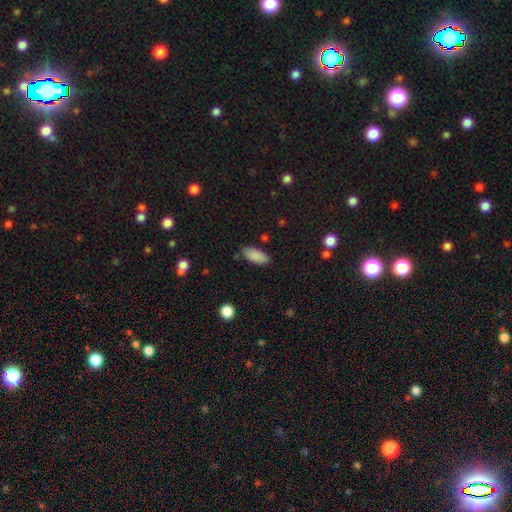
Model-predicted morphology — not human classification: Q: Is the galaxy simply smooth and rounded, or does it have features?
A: smooth — 88%.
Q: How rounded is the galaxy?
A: in between — 87%.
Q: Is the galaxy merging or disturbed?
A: none — 82%.